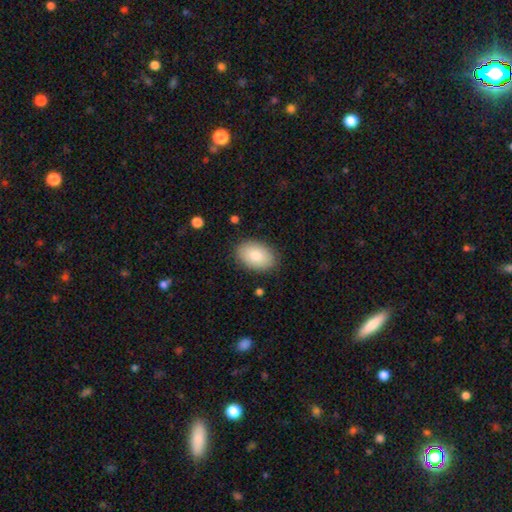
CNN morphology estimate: A smooth galaxy with no disk features (83%) that is in between round and cigar-shaped (88%).

Vote fractions:
- Smooth or featured? smooth: 83% / featured or disk: 11% / star or artifact: 7%
- How rounded? in between: 88% / round: 11% / cigar-shaped: 1%
- Merging? none: 85% / minor disturbance: 11% / major disturbance: 3% / merger: 1%